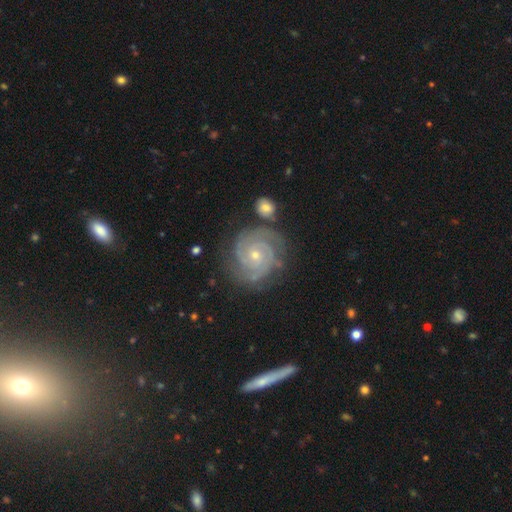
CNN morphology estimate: smooth-or-featured: featured or disk: 89% | smooth: 6% | star or artifact: 5%
  disk-edge-on: no: 98% | yes: 2%
    bar: no: 74% | weak: 21% | strong: 5%
    has-spiral-arms: yes: 98% | no: 2%
      spiral-winding: tight: 76% | medium: 21% | loose: 3%
      spiral-arm-count: 3: 35% | 2: 30% | can't tell: 14% | 4: 11% | more than 4: 5% | 1: 5%
    bulge-size: small: 66% | moderate: 31% | none: 1% | large: 1% | dominant: 1%
  merging: none: 75% | minor disturbance: 15% | major disturbance: 5% | merger: 5%